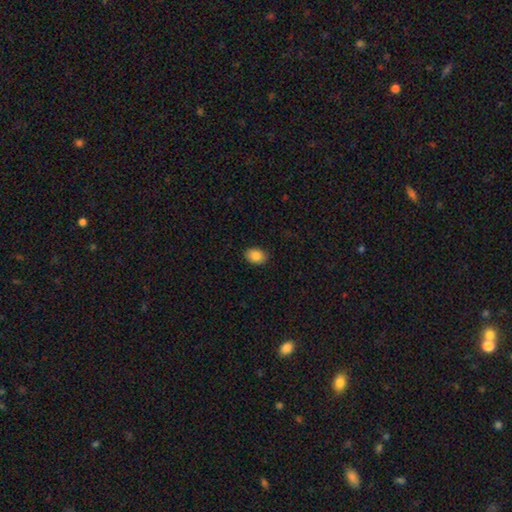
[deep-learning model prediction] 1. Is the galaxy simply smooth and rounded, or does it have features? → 87% smooth, 8% star or artifact, 6% featured or disk.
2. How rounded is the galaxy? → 83% in between, 16% round, 1% cigar-shaped.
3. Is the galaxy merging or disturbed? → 89% none, 8% minor disturbance, 2% major disturbance, 1% merger.